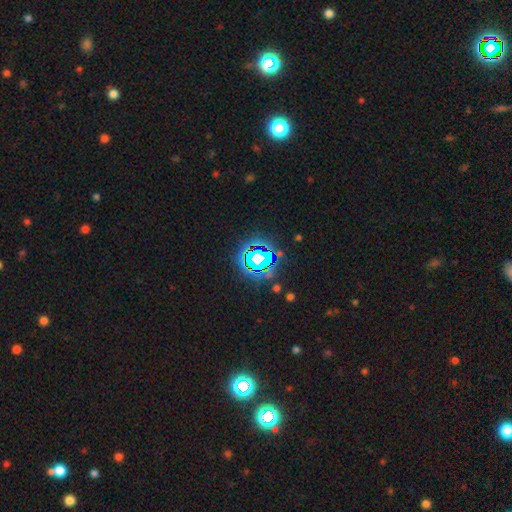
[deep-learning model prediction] Overall: star or artifact (68%).